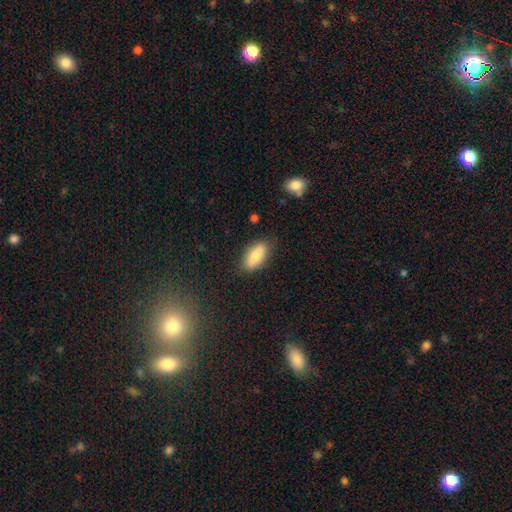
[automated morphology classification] Smooth or featured?
  - smooth: 82% *
  - featured or disk: 11%
  - star or artifact: 7%
How rounded?
  - in between: 86% *
  - cigar-shaped: 11%
  - round: 3%
Merging?
  - none: 83% *
  - minor disturbance: 13%
  - major disturbance: 3%
  - merger: 1%